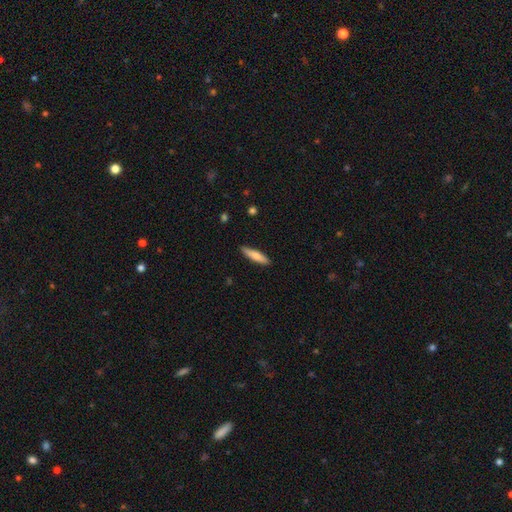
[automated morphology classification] This is likely a smooth galaxy (77%). How rounded: clearly cigar-shaped (80%). Merging: clearly none (89%).